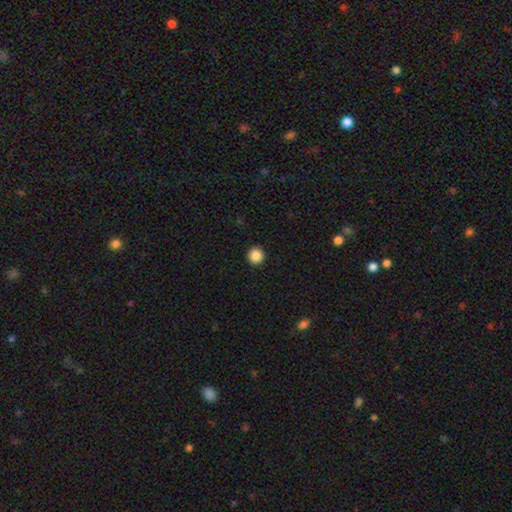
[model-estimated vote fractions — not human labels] Smooth or featured? smooth (87%)
How rounded? round (95%)
Merging? none (93%)